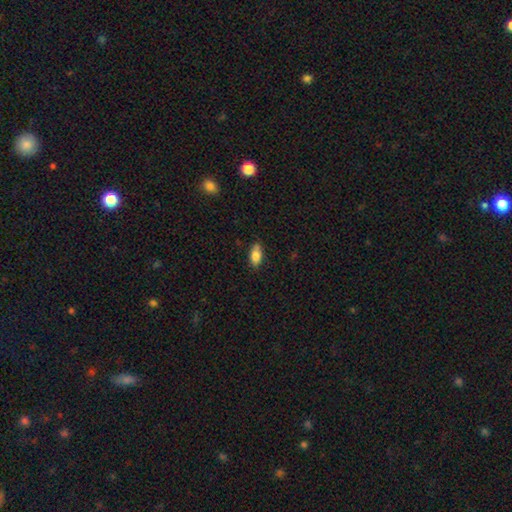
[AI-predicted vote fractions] Smooth or featured? smooth (83%)
How rounded? in between (87%)
Merging? none (78%)